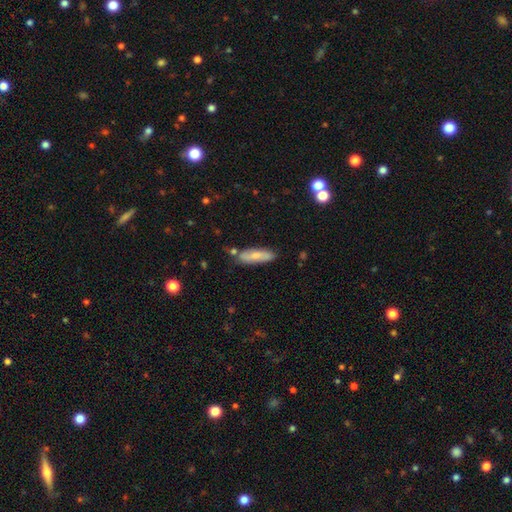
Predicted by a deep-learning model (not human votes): smooth-or-featured: smooth: 70% | featured or disk: 24% | star or artifact: 6%
  how-rounded: cigar-shaped: 55% | in between: 43% | round: 2%
  merging: none: 76% | minor disturbance: 15% | merger: 6% | major disturbance: 3%